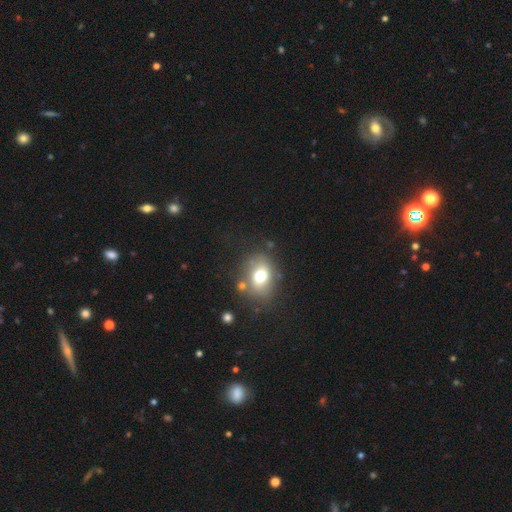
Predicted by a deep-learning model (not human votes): Q: Smooth or featured?
A: smooth (59%); runner-up: star or artifact (24%)
Q: How rounded?
A: in between (53%); runner-up: round (45%)
Q: Merging?
A: none (74%); runner-up: minor disturbance (13%)